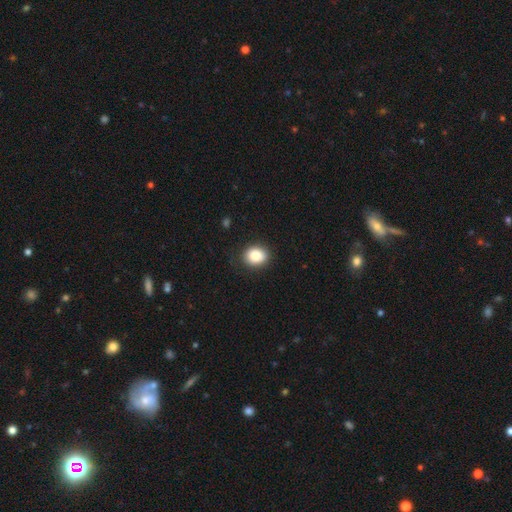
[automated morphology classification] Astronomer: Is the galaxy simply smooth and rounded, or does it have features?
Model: smooth — 87%.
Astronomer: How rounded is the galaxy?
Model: round — 55% (runner-up: in between, 44%).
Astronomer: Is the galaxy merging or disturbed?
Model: none — 87%.